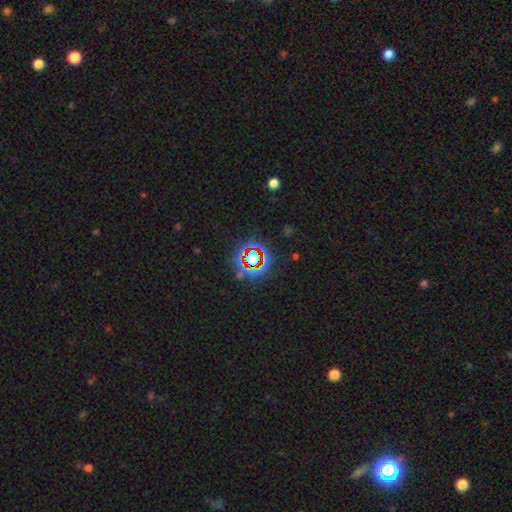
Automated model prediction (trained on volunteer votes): This is likely a star or artifact rather than a galaxy (73%).